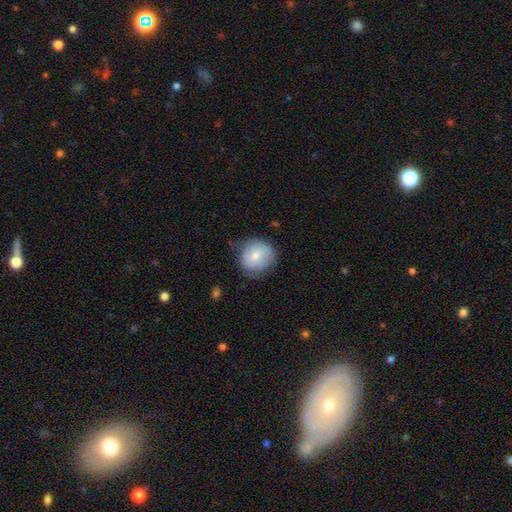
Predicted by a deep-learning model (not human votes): smooth_or_featured: smooth (p=0.76) [alt: featured or disk p=0.17]
how_rounded: round (p=0.83) [alt: in between p=0.16]
merging: none (p=0.69) [alt: minor disturbance p=0.24]